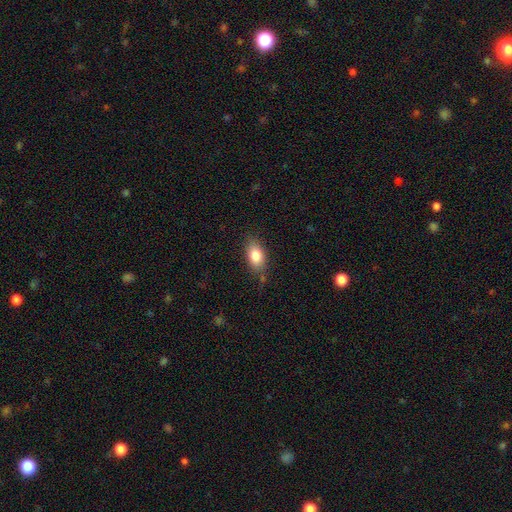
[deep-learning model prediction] Morphology: type=smooth (83%); roundness=in between (88%); merging=none (77%).